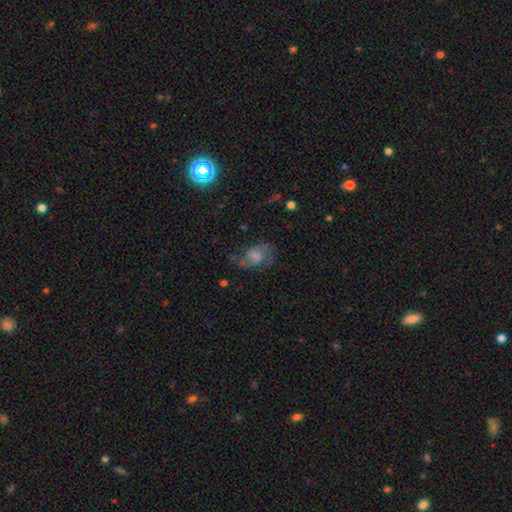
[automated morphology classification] Smooth or featured? featured or disk (56%)
Edge-on disk? no (97%)
Bar? no (51%)
Spiral arms? yes (82%)
Bulge size? none (35%)
Merging? none (48%)